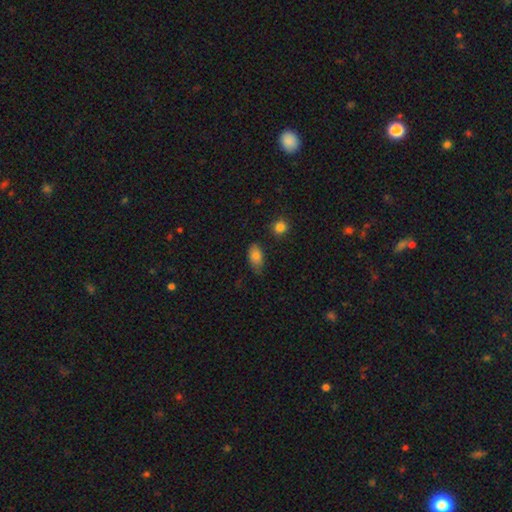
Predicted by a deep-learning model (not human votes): Q: Smooth or featured?
A: smooth (82%); runner-up: featured or disk (9%)
Q: How rounded?
A: in between (90%); runner-up: round (6%)
Q: Merging?
A: none (64%); runner-up: minor disturbance (28%)